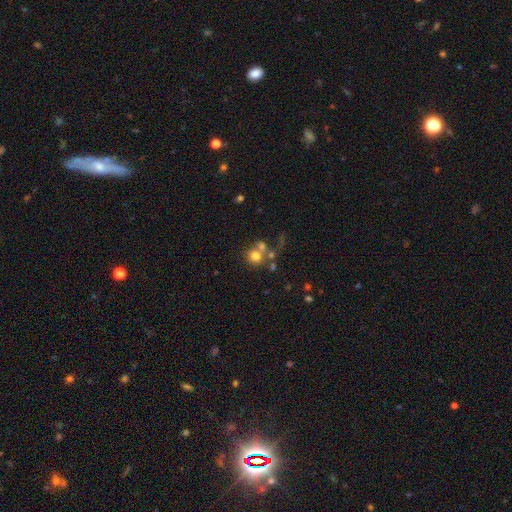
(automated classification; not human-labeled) smooth_or_featured: smooth (p=0.71) [alt: featured or disk p=0.15]
how_rounded: round (p=0.84) [alt: in between p=0.14]
merging: none (p=0.45) [alt: merger p=0.39]